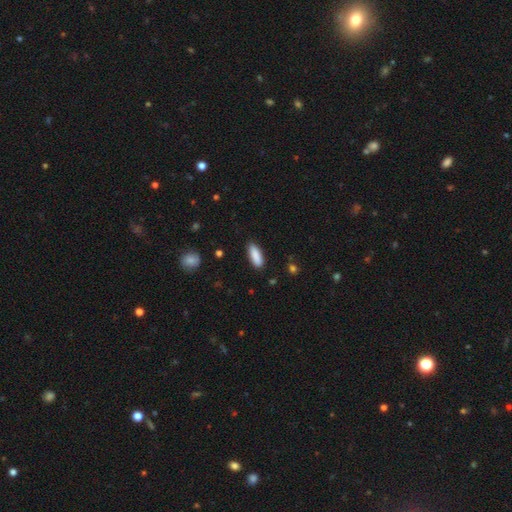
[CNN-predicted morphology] smooth 89%, star or artifact 6%, featured or disk 5%. Down the decision tree: how rounded — in between (62%); merging — none (87%).